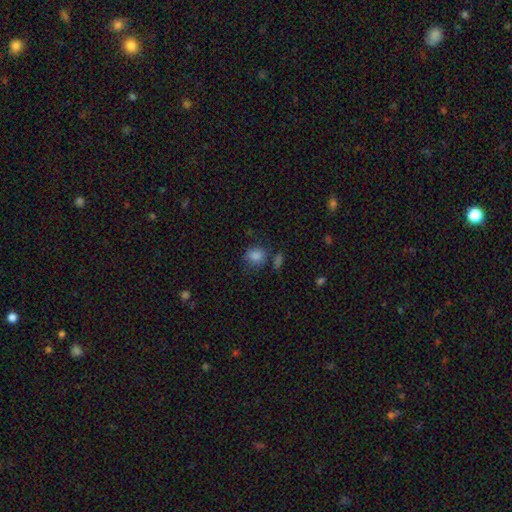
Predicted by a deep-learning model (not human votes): smooth_or_featured: smooth (p=0.82) [alt: star or artifact p=0.12]
how_rounded: round (p=0.60) [alt: in between p=0.39]
merging: none (p=0.62) [alt: minor disturbance p=0.21]